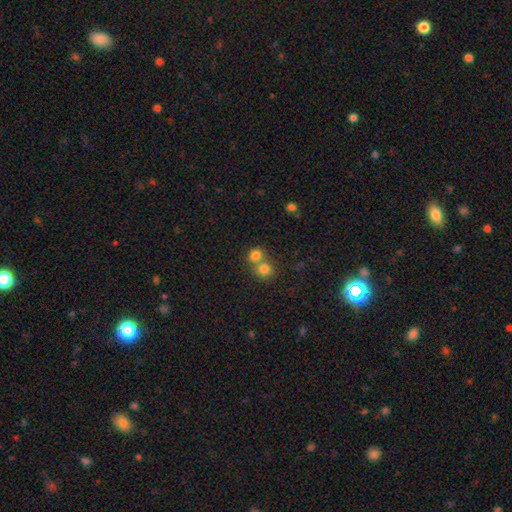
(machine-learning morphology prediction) This appears to be a smooth galaxy with no disk features (79%) that is round (83%). Merging: merger (50%).